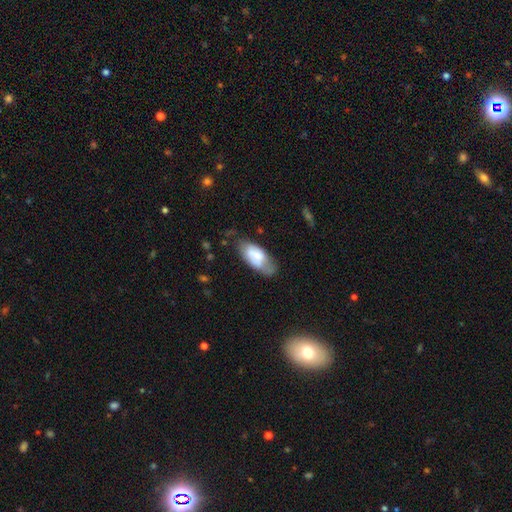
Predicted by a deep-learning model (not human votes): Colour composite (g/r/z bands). It shows a smooth galaxy with no disk features (65%) that is in between round and cigar-shaped (90%). Merging: none (49%).